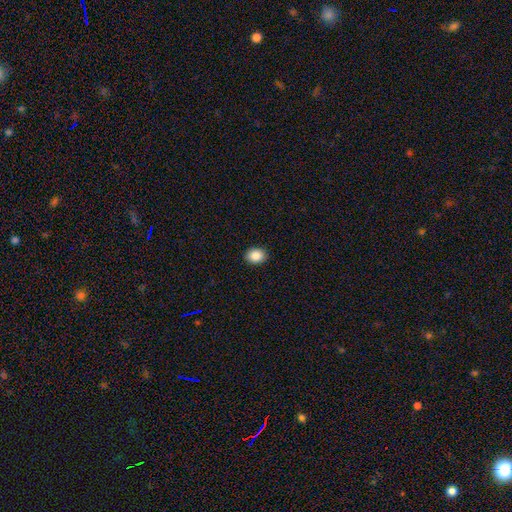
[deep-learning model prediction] This is clearly a smooth galaxy (88%). How rounded: possibly in between (51%). Merging: clearly none (91%).